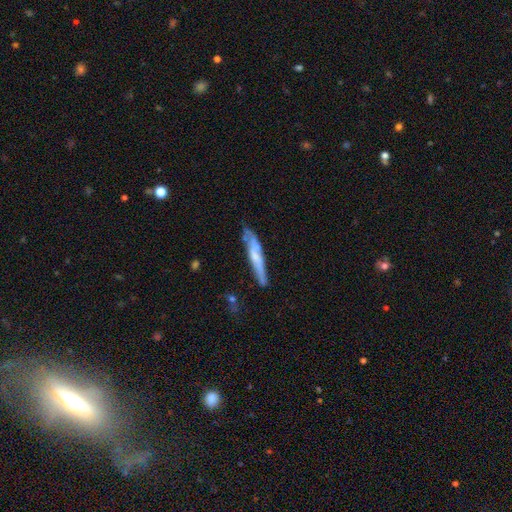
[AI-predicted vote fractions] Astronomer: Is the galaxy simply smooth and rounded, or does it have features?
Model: featured or disk — 49% (runner-up: smooth, 44%).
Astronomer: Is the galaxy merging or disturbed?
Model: none — 62%.